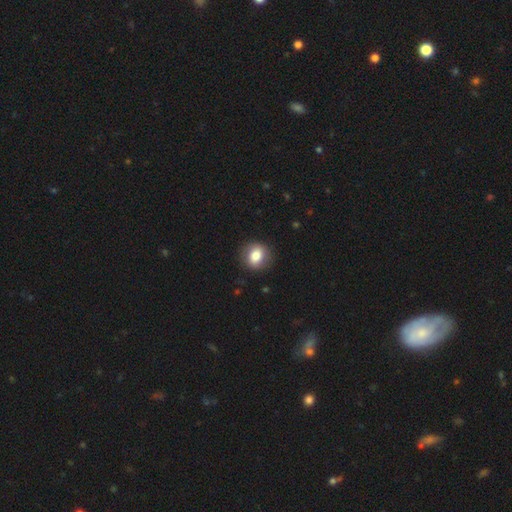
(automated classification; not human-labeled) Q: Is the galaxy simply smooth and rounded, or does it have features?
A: smooth — 78%.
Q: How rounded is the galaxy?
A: round — 72%.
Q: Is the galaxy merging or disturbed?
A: none — 86%.